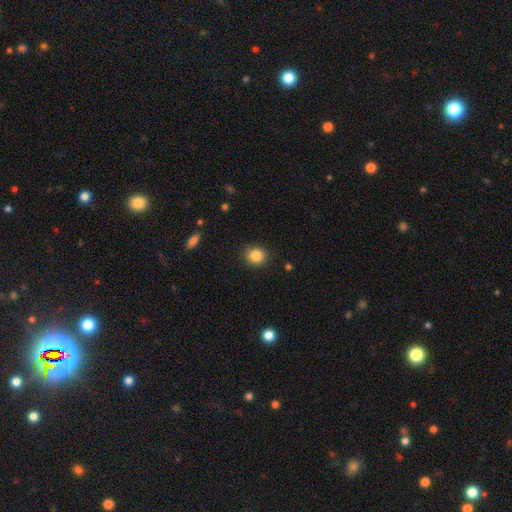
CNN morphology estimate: Smooth or featured? Predicted: smooth (p=0.85). How rounded? Predicted: round (p=0.77). Merging? Predicted: none (p=0.89).